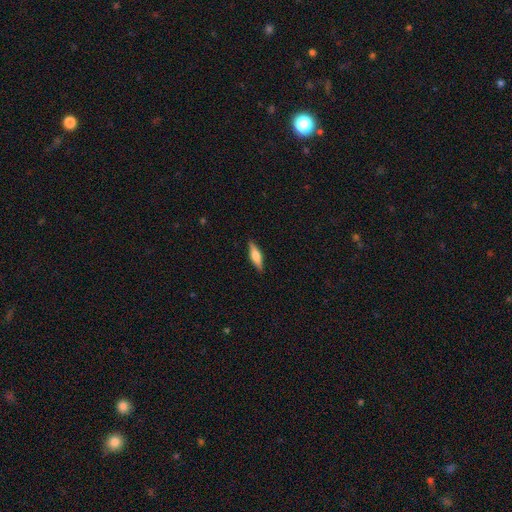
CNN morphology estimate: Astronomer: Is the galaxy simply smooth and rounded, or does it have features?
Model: smooth — 51% (runner-up: featured or disk, 43%).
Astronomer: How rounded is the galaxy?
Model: cigar-shaped — 61% (runner-up: in between, 36%).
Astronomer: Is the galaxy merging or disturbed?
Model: none — 88%.